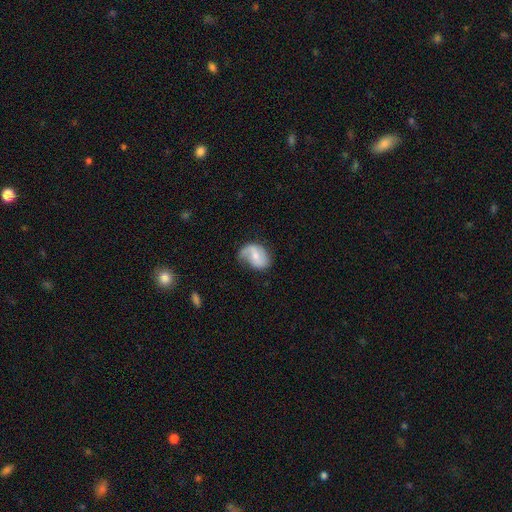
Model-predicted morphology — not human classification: This appears to be a featured or disk galaxy (55%) with a weak bar (46%), spiral arms (82%) and a small central bulge (47%). Merging: none (47%).